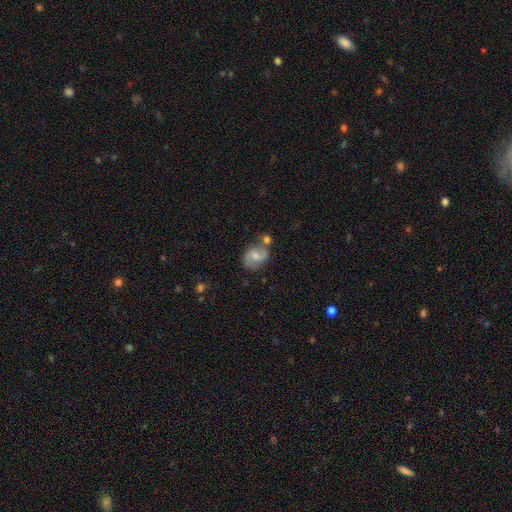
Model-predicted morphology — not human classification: Smooth or featured?
  - featured or disk: 61% *
  - smooth: 31%
  - star or artifact: 8%
Edge-on disk?
  - no: 97% *
  - yes: 3%
Bar?
  - no: 47% *
  - weak: 44%
  - strong: 10%
Spiral arms?
  - yes: 89% *
  - no: 11%
Spiral winding?
  - medium: 50% *
  - loose: 30%
  - tight: 20%
Spiral arm count?
  - 2: 87% *
  - can't tell: 7%
  - 1: 3%
  - 3: 1%
  - 4: 1%
  - more than 4: 1%
Bulge size?
  - moderate: 56% *
  - small: 33%
  - none: 5%
  - large: 4%
  - dominant: 1%
Merging?
  - none: 57% *
  - merger: 19%
  - minor disturbance: 18%
  - major disturbance: 6%